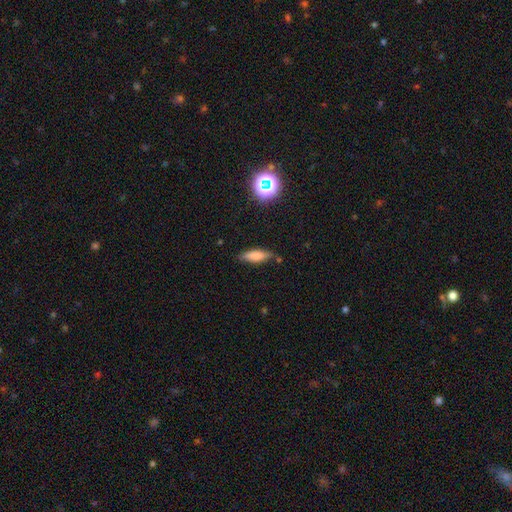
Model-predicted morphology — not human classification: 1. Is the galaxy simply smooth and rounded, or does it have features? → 71% smooth, 19% featured or disk, 10% star or artifact.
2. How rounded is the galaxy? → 49% cigar-shaped (tied), 49% in between (tied), 3% round.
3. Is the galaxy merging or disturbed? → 77% none, 16% minor disturbance, 3% major disturbance, 3% merger.